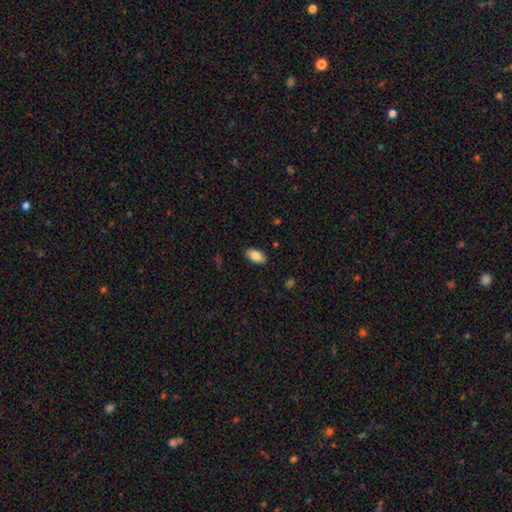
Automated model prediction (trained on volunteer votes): Smooth or featured?
  - smooth: 84% *
  - featured or disk: 9%
  - star or artifact: 7%
How rounded?
  - in between: 93% *
  - cigar-shaped: 4%
  - round: 3%
Merging?
  - none: 88% *
  - minor disturbance: 9%
  - major disturbance: 2%
  - merger: 1%